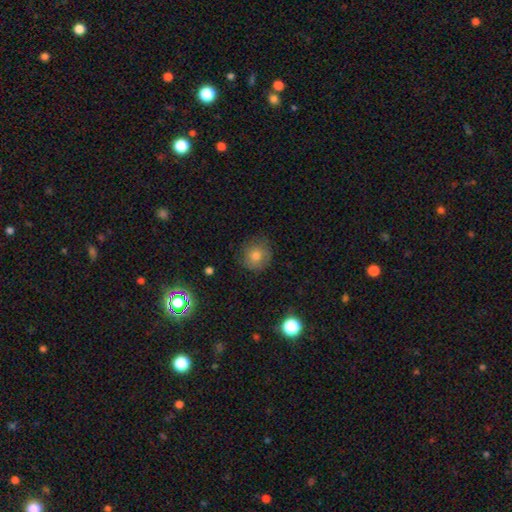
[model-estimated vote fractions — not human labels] Q: Smooth or featured?
A: smooth (75%); runner-up: star or artifact (13%)
Q: How rounded?
A: round (89%); runner-up: in between (10%)
Q: Merging?
A: none (80%); runner-up: minor disturbance (15%)